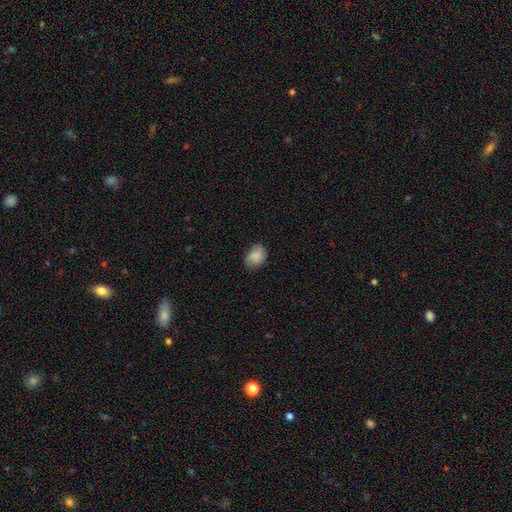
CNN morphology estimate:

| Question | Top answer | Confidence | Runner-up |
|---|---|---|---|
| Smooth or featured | smooth | 79% | featured or disk (13%) |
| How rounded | in between | 64% | round (35%) |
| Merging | none | 70% | minor disturbance (23%) |